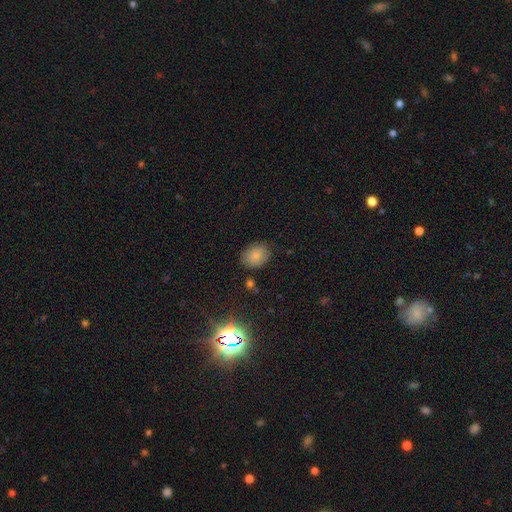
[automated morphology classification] Overall: smooth (81%). How rounded: in between (58%; round 41%). Merging: none (78%).